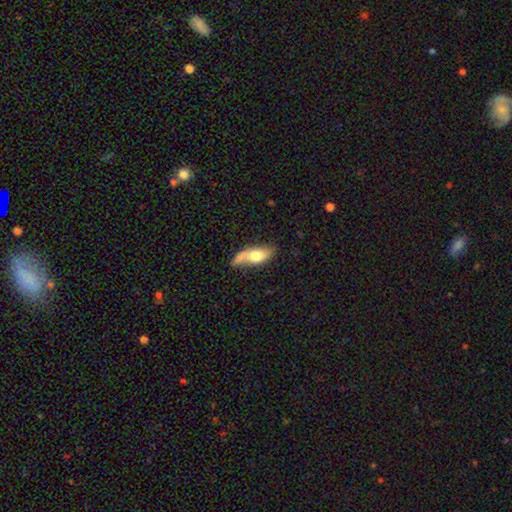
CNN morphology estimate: This is possibly a smooth galaxy (58%). How rounded: likely in between (74%). Merging: marginally none (43%).